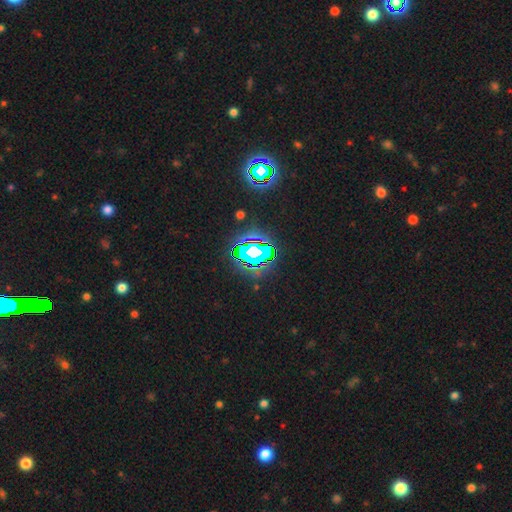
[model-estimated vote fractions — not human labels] smooth_or_featured: star or artifact (p=0.73) [alt: smooth p=0.15]